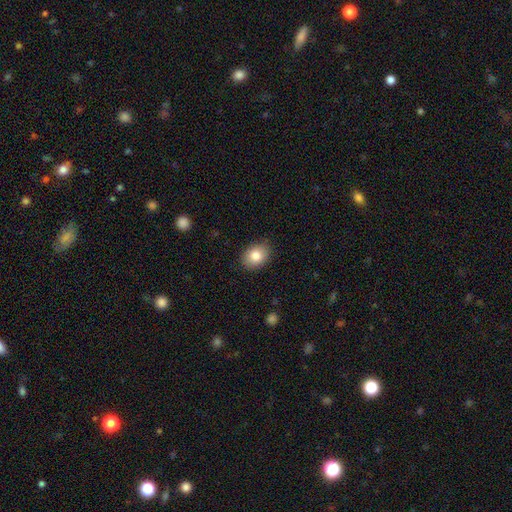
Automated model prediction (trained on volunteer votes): smooth 84%, featured or disk 8%, star or artifact 8%. Down the decision tree: how rounded — in between (68%); merging — none (86%).